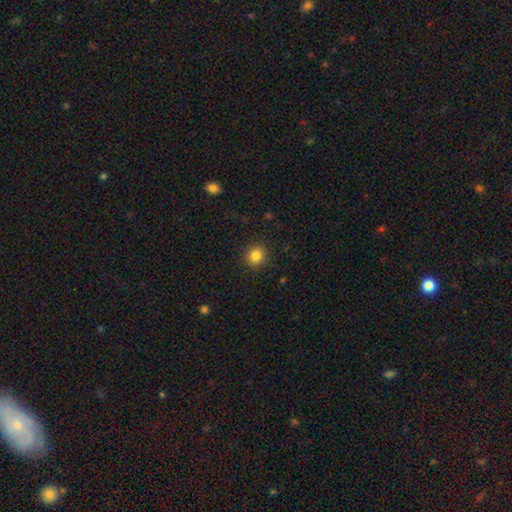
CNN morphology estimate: A smooth galaxy with no disk features (84%) that is round (88%). Merging: none (91%).